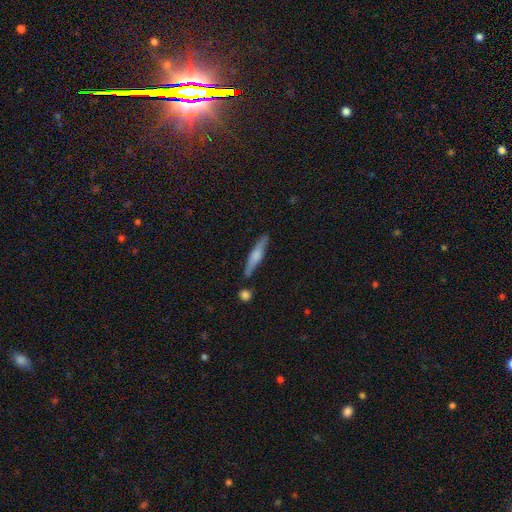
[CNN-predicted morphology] This appears to be a smooth galaxy with no disk features (54%) that is cigar-shaped (89%). Merging: none (81%).